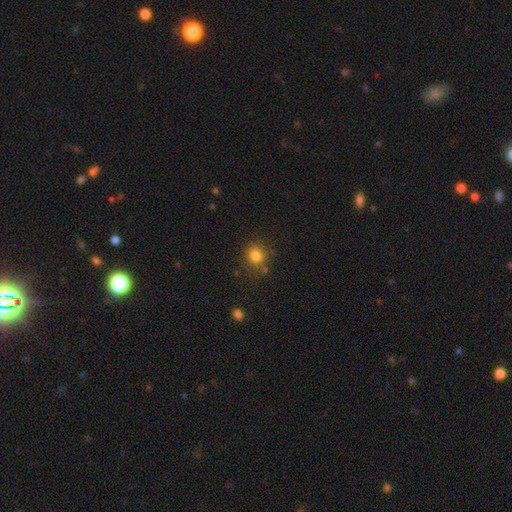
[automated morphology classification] smooth-or-featured: smooth: 81% | star or artifact: 13% | featured or disk: 6%
  how-rounded: round: 83% | in between: 16% | cigar-shaped: 1%
  merging: none: 80% | minor disturbance: 11% | merger: 5% | major disturbance: 3%